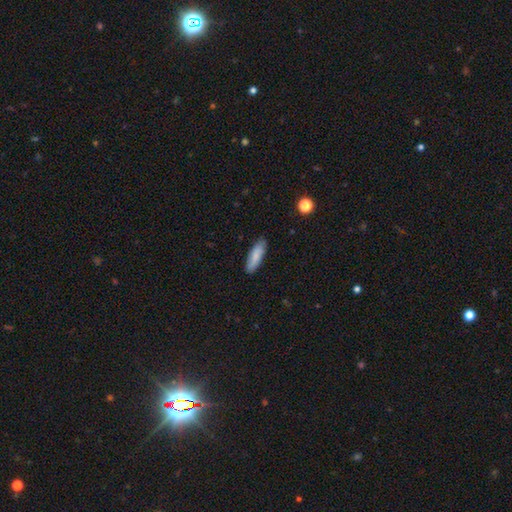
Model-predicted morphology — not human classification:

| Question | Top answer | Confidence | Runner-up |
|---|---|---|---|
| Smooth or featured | smooth | 81% | featured or disk (13%) |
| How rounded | in between | 49% | tied: cigar-shaped (49%) |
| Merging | none | 84% | minor disturbance (13%) |